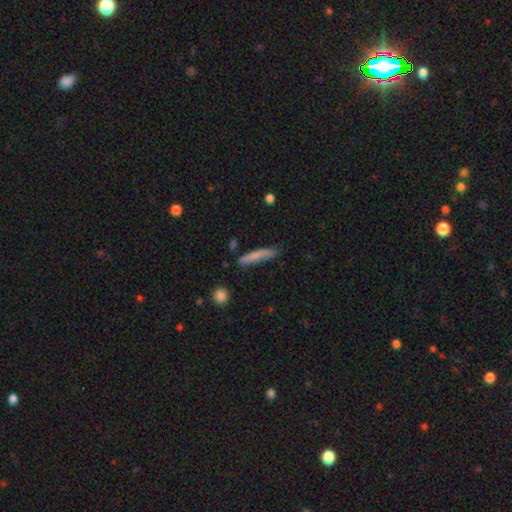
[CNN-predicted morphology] smooth 77%, featured or disk 16%, star or artifact 6%. Down the decision tree: how rounded — cigar-shaped (91%); merging — none (76%).